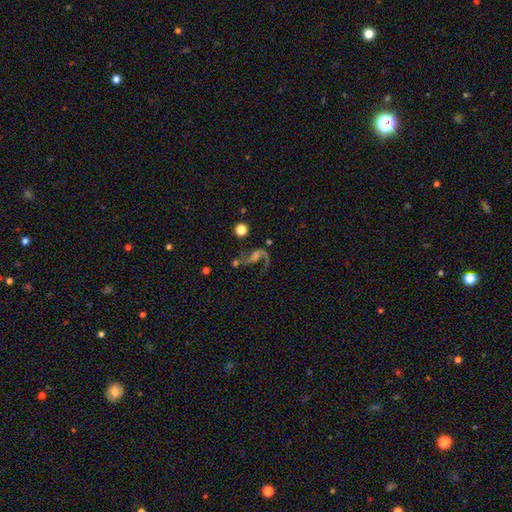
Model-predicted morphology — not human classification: Smooth or featured? Predicted: featured or disk (p=0.77). Edge-on disk? Predicted: no (p=0.96). Bar? Predicted: no (p=0.41). Spiral arms? Predicted: yes (p=0.93). Spiral winding? Predicted: loose (p=0.78). Spiral arm count? Predicted: 2 (p=0.83). Bulge size? Predicted: small (p=0.37). Merging? Predicted: none (p=0.53).